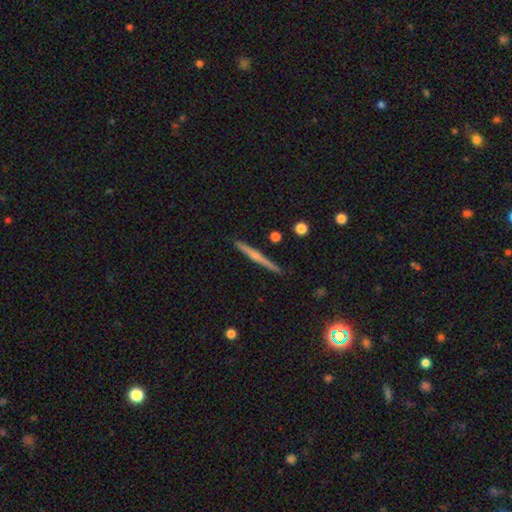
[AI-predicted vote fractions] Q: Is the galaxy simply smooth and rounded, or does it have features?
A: featured or disk — 64%.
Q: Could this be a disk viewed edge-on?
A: yes — 98%.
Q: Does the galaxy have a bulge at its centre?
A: rounded — 64%.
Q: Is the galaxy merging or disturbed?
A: none — 91%.